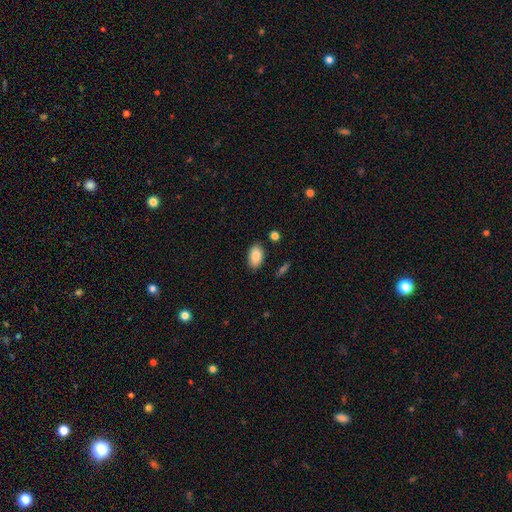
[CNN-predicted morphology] A smooth galaxy with no disk features (85%) that is in between round and cigar-shaped (93%). Merging: none (85%).